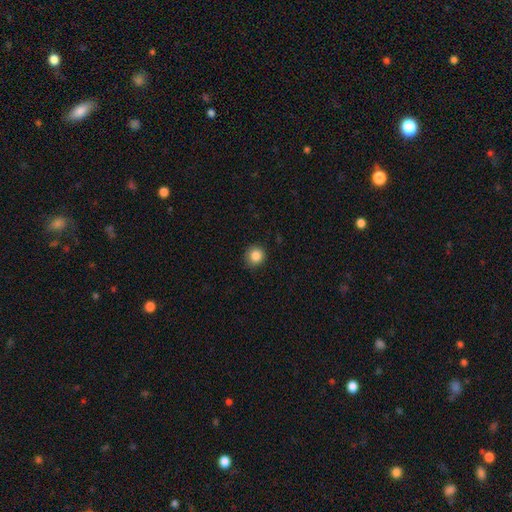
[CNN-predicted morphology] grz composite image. It shows a smooth galaxy with no disk features (85%) that is round (90%). Merging: none (87%).